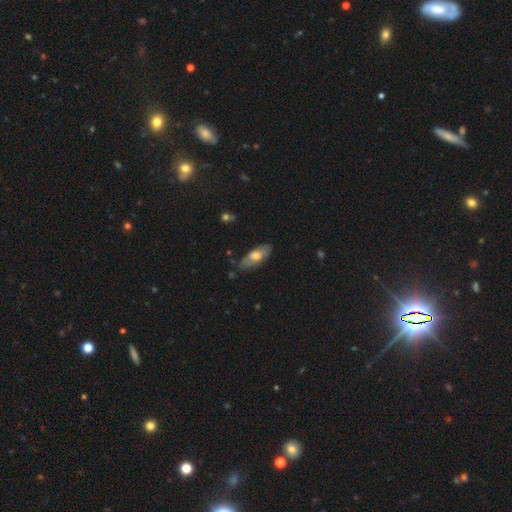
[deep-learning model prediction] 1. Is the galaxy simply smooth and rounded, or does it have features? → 63% smooth, 31% featured or disk, 6% star or artifact.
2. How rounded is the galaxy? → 80% in between, 18% cigar-shaped, 2% round.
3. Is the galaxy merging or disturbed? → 75% none, 20% minor disturbance, 3% major disturbance, 2% merger.